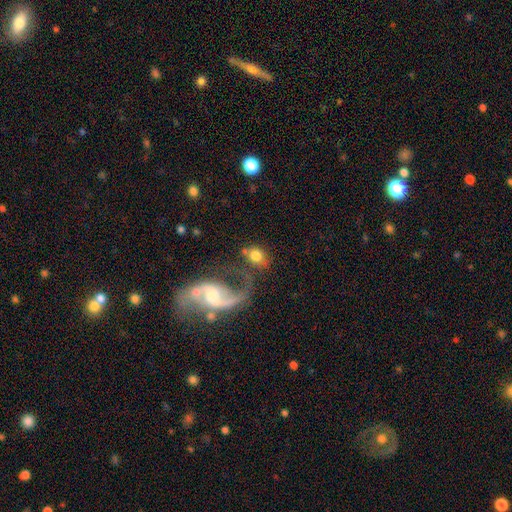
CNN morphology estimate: Overall: smooth (57%; featured or disk 34%). How rounded: in between (54%; round 43%). Merging: none (42%; merger 24%).